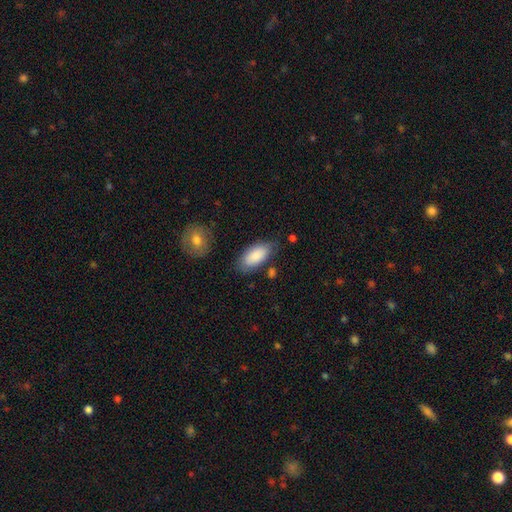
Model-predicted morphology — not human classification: Smooth or featured: smooth — 87% (featured or disk — 7%)
How rounded: in between — 91% (cigar-shaped — 7%)
Merging: none — 74% (minor disturbance — 18%)